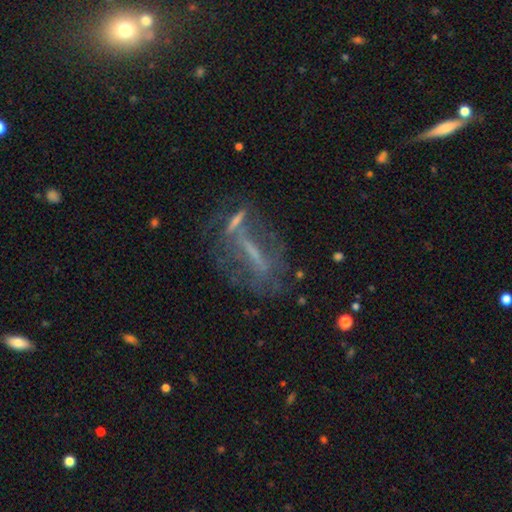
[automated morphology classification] Smooth or featured? featured or disk (63%)
Edge-on disk? no (75%)
Merging? none (47%)